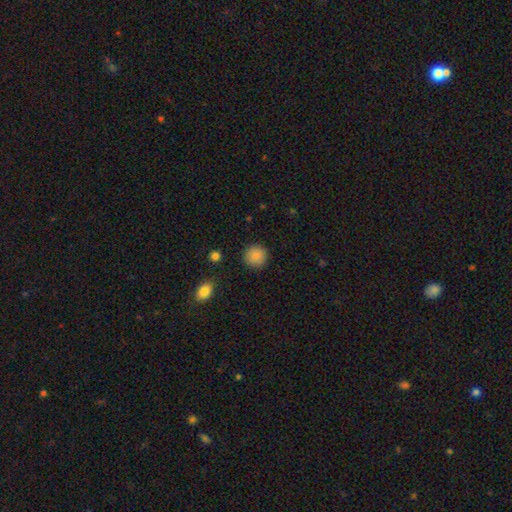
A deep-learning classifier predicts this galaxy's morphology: This appears to be a smooth galaxy with no disk features (87%) that is round (93%). Merging: none (89%).